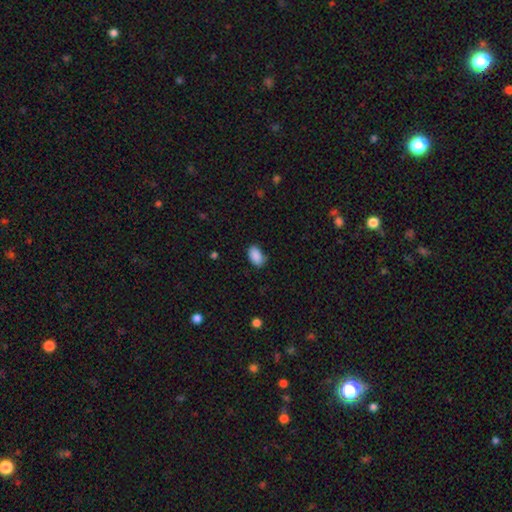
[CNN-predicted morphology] Overall: smooth (89%). How rounded: in between (91%). Merging: none (76%).